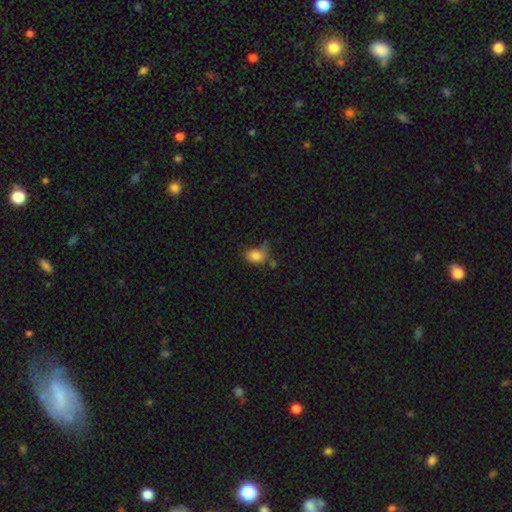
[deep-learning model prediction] A smooth galaxy with no disk features (83%) that is in between round and cigar-shaped (67%).

Vote fractions:
- Smooth or featured? smooth: 83% / star or artifact: 10% / featured or disk: 7%
- How rounded? in between: 67% / round: 32% / cigar-shaped: 1%
- Merging? none: 44% / minor disturbance: 31% / major disturbance: 16% / merger: 10%